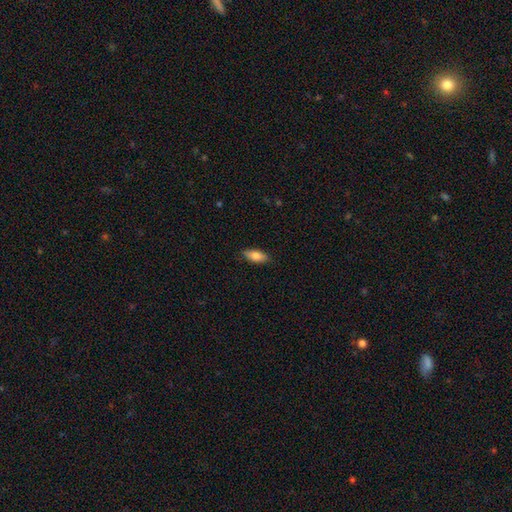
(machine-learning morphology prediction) The model was most divided on "how rounded": in between: 81%, cigar-shaped: 16%, round: 3%. More confident: merging — none (86%); smooth or featured — smooth (79%).